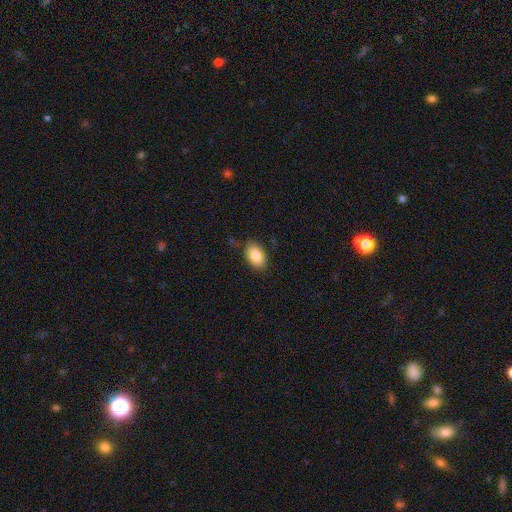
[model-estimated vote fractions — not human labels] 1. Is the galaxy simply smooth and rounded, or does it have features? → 87% smooth, 7% star or artifact, 6% featured or disk.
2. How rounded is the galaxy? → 91% in between, 7% round, 1% cigar-shaped.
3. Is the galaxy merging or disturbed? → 79% none, 15% minor disturbance, 4% major disturbance, 2% merger.